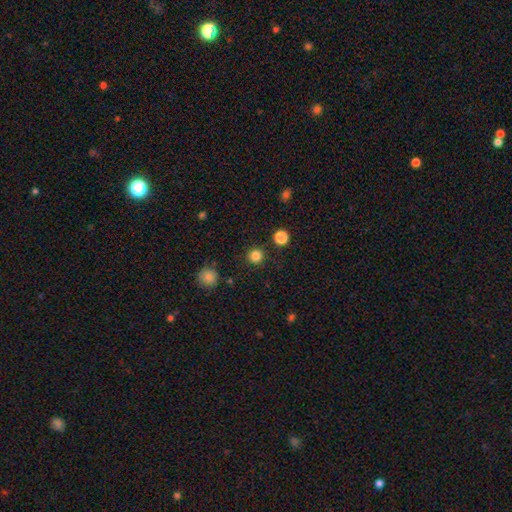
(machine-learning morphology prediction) smooth_or_featured: smooth (p=0.83) [alt: star or artifact p=0.13]
how_rounded: round (p=0.95) [alt: in between p=0.04]
merging: none (p=0.90) [alt: minor disturbance p=0.06]